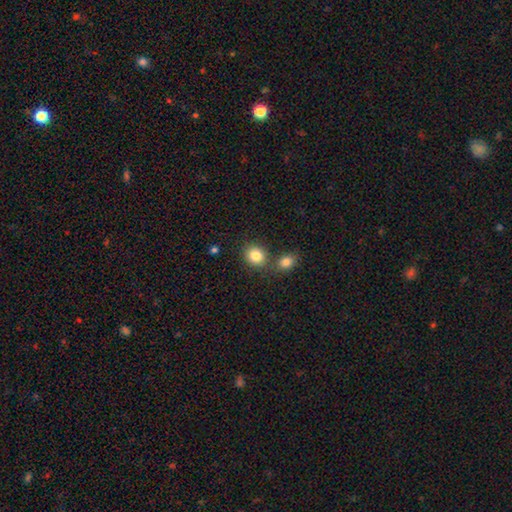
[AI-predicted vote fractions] Q: Smooth or featured?
A: smooth (84%); runner-up: star or artifact (10%)
Q: How rounded?
A: round (75%); runner-up: in between (24%)
Q: Merging?
A: none (70%); runner-up: merger (19%)